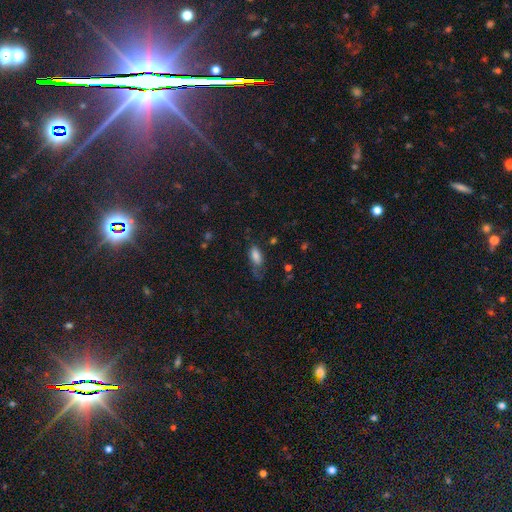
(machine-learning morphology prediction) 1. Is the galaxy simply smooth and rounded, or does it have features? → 80% smooth, 11% star or artifact, 9% featured or disk.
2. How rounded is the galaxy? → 85% in between, 11% cigar-shaped, 4% round.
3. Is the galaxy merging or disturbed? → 45% none, 31% minor disturbance, 21% major disturbance, 3% merger.